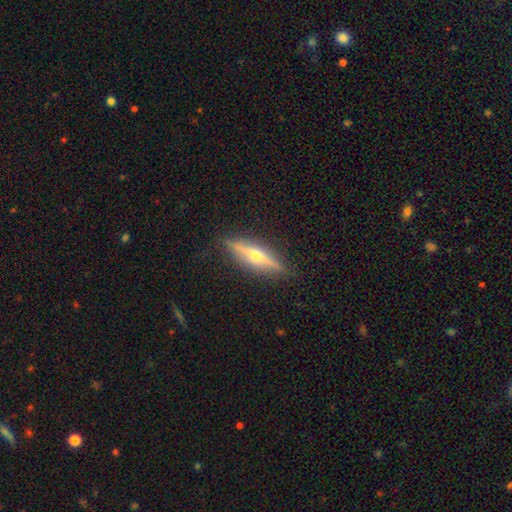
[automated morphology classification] Smooth or featured? featured or disk (73%)
Edge-on disk? yes (96%)
Edge-on bulge? rounded (93%)
Merging? none (89%)